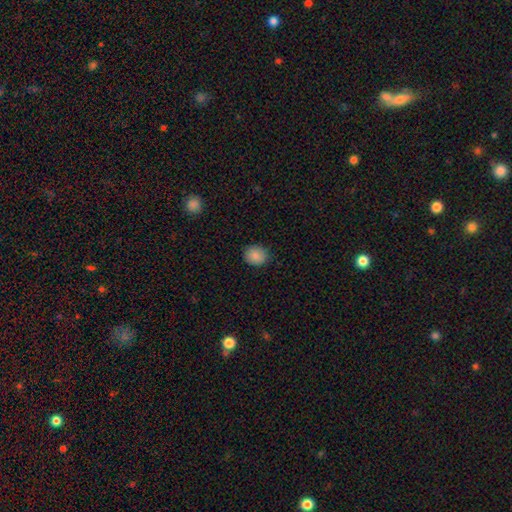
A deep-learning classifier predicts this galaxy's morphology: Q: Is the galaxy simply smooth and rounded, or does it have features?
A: smooth — 88%.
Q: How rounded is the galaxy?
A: round — 69%.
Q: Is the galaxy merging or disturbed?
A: none — 89%.